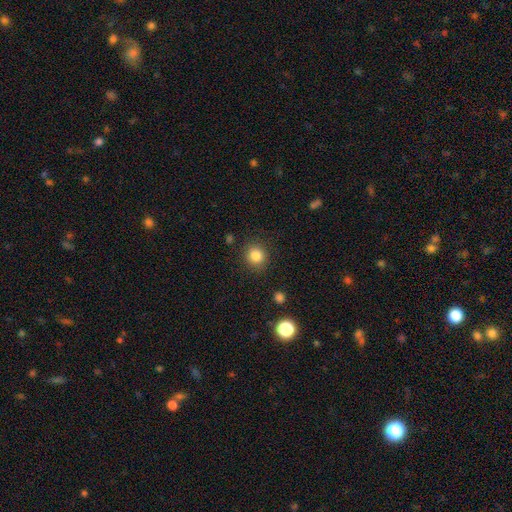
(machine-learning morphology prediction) type=smooth (84%); roundness=round (88%); merging=none (88%).